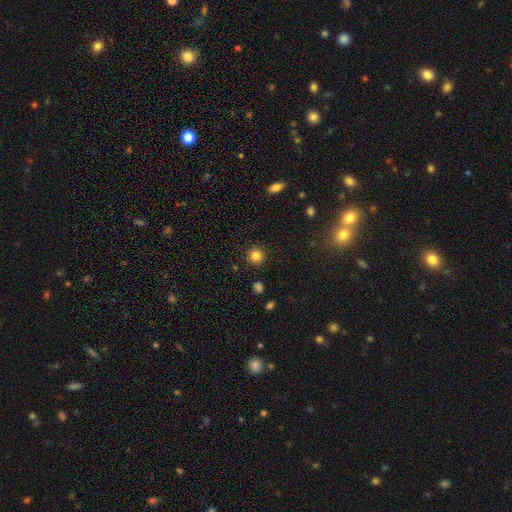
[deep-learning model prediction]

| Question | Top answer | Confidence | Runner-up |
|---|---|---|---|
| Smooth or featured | smooth | 83% | star or artifact (12%) |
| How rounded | round | 94% | in between (5%) |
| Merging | none | 92% | minor disturbance (5%) |